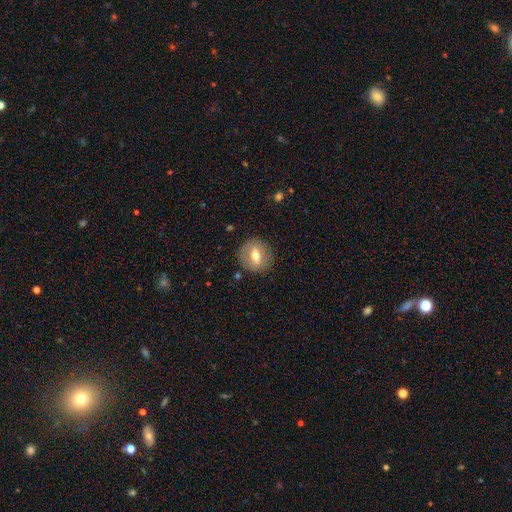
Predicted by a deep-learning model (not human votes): This is possibly a smooth galaxy (53%). How rounded: likely round (78%). Merging: clearly none (85%).